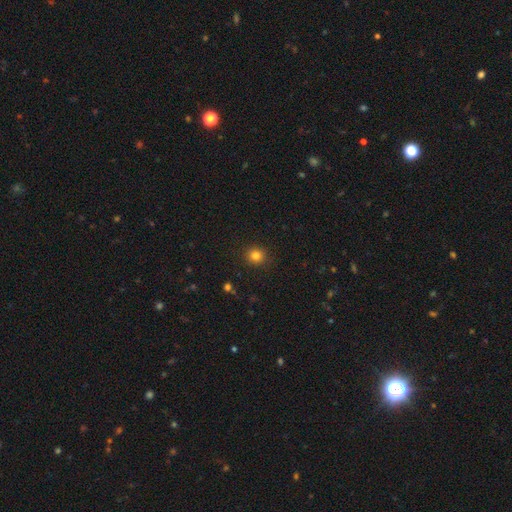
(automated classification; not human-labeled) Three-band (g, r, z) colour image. It shows a smooth galaxy with no disk features (82%) that is round (88%). Merging: none (91%).